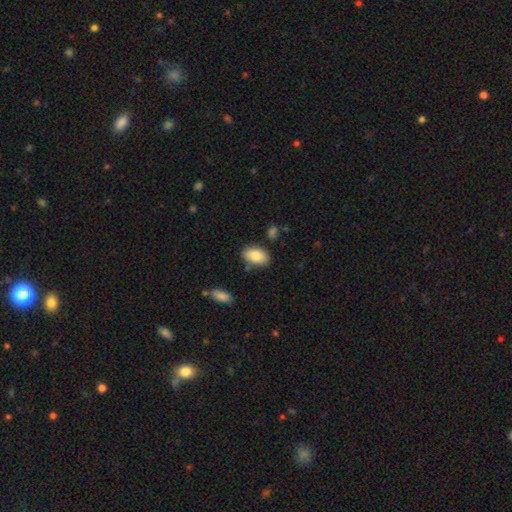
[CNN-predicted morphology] smooth 83%, featured or disk 10%, star or artifact 7%. Down the decision tree: how rounded — in between (91%); merging — none (80%).